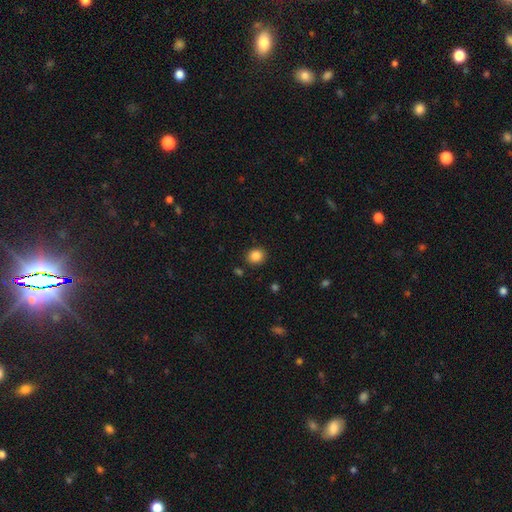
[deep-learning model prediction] Smooth or featured? Predicted: smooth (p=0.86). How rounded? Predicted: round (p=0.77). Merging? Predicted: none (p=0.88).